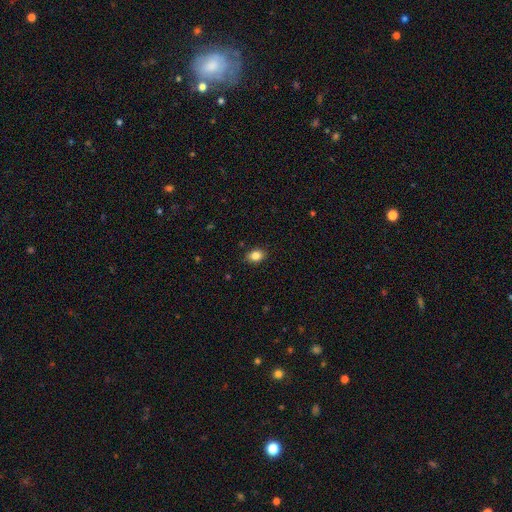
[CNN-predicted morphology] Smooth or featured?
  - smooth: 84% *
  - star or artifact: 9%
  - featured or disk: 6%
How rounded?
  - in between: 73% *
  - round: 26%
  - cigar-shaped: 1%
Merging?
  - none: 88% *
  - minor disturbance: 9%
  - major disturbance: 2%
  - merger: 1%